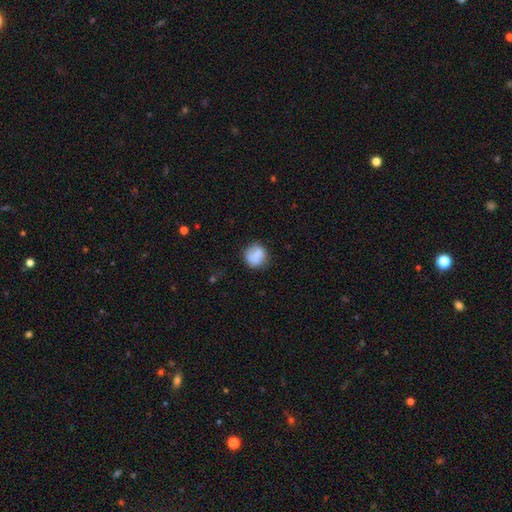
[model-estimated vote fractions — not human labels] This appears to be a smooth galaxy with no disk features (76%) that is round (81%). Merging: none (64%).